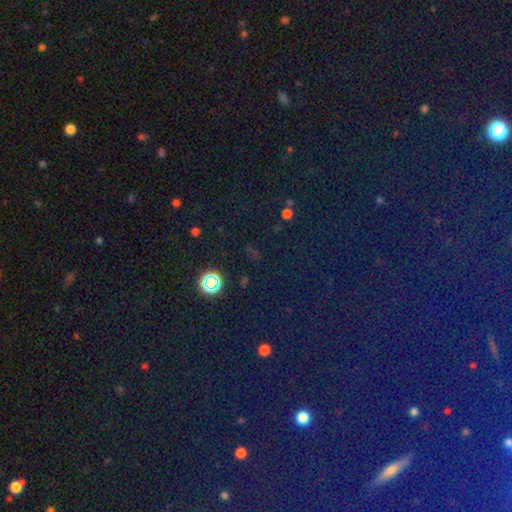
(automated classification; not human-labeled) Smooth or featured: star or artifact — 79% (smooth — 13%)